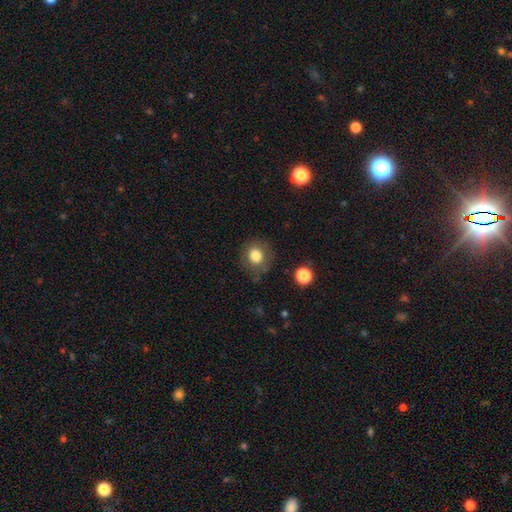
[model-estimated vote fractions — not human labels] smooth 78%, featured or disk 12%, star or artifact 10%. Down the decision tree: how rounded — round (83%); merging — none (78%).